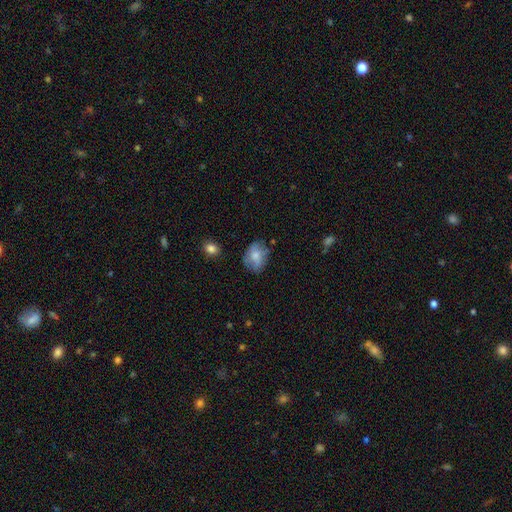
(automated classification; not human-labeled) smooth-or-featured: smooth: 69% | featured or disk: 22% | star or artifact: 8%
  how-rounded: in between: 63% | round: 36% | cigar-shaped: 1%
  merging: none: 60% | minor disturbance: 28% | major disturbance: 10% | merger: 3%